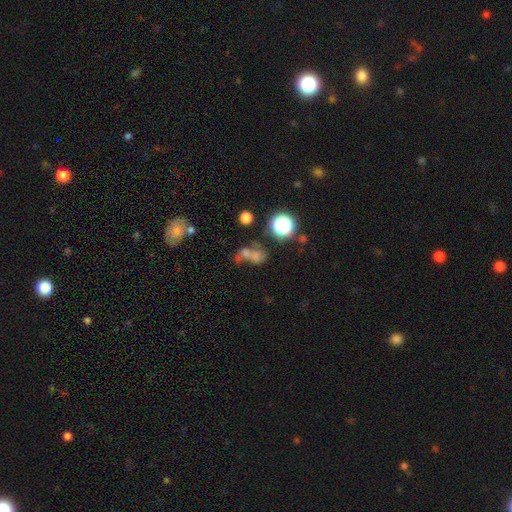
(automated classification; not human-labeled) This appears to be a smooth galaxy with no disk features (58%) that is round (53%). Merging: merger (50%).